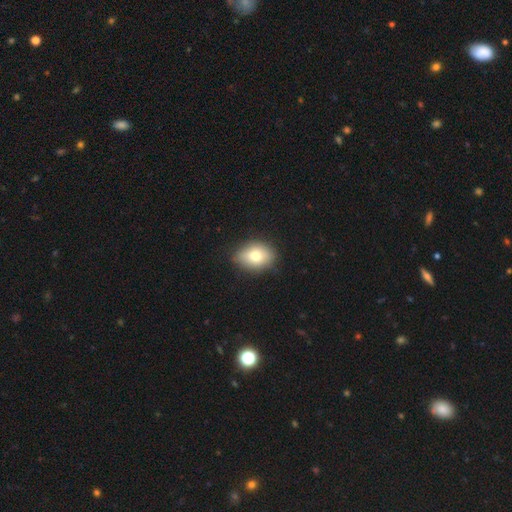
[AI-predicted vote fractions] smooth-or-featured: smooth: 75% | featured or disk: 16% | star or artifact: 9%
  how-rounded: in between: 68% | round: 31% | cigar-shaped: 1%
  merging: none: 81% | minor disturbance: 15% | major disturbance: 3% | merger: 1%